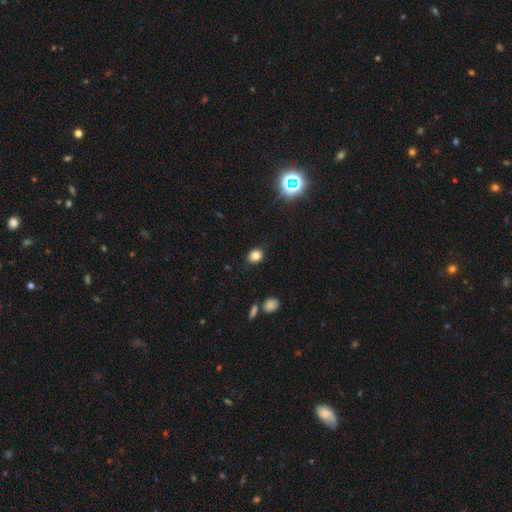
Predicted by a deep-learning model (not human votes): smooth-or-featured: smooth: 80% | star or artifact: 14% | featured or disk: 6%
  how-rounded: round: 59% | in between: 40% | cigar-shaped: 1%
  merging: none: 85% | minor disturbance: 11% | major disturbance: 3% | merger: 2%